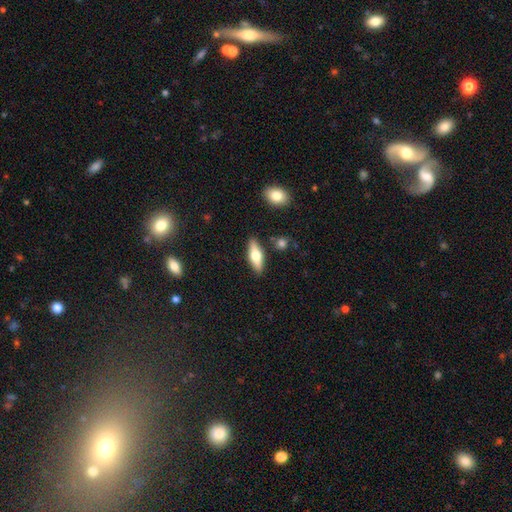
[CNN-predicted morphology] Smooth or featured: smooth — 55% (featured or disk — 39%)
How rounded: in between — 58% (cigar-shaped — 39%)
Merging: none — 85% (minor disturbance — 10%)